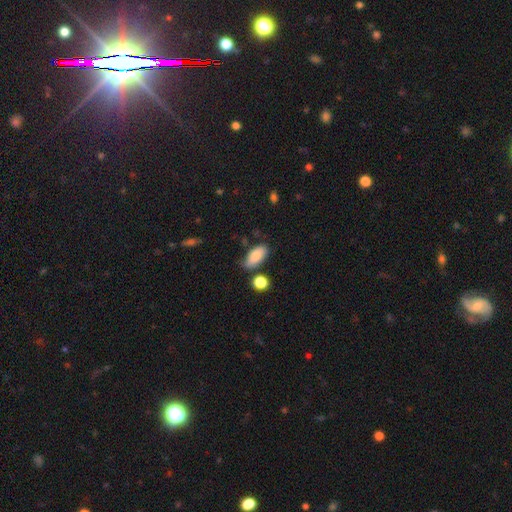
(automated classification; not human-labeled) A smooth galaxy with no disk features (83%) that is in between round and cigar-shaped (89%).

Vote fractions:
- Smooth or featured? smooth: 83% / featured or disk: 10% / star or artifact: 7%
- How rounded? in between: 89% / cigar-shaped: 8% / round: 3%
- Merging? none: 67% / minor disturbance: 21% / merger: 6% / major disturbance: 5%